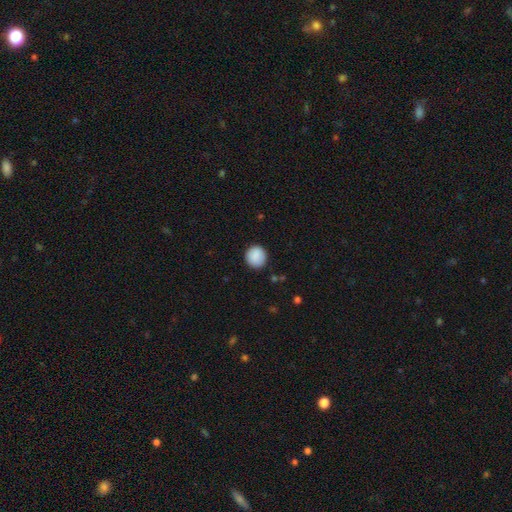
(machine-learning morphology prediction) A smooth galaxy with no disk features (89%) that is round (88%). Merging: none (89%).